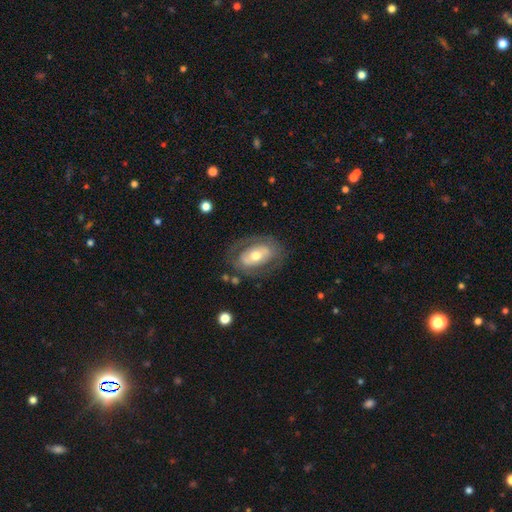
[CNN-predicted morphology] Q: Smooth or featured?
A: featured or disk (57%); runner-up: smooth (37%)
Q: Edge-on disk?
A: no (91%); runner-up: yes (9%)
Q: Bar?
A: no (62%); runner-up: weak (22%)
Q: Spiral arms?
A: no (72%); runner-up: yes (28%)
Q: Bulge size?
A: moderate (68%); runner-up: small (20%)
Q: Merging?
A: none (72%); runner-up: minor disturbance (16%)